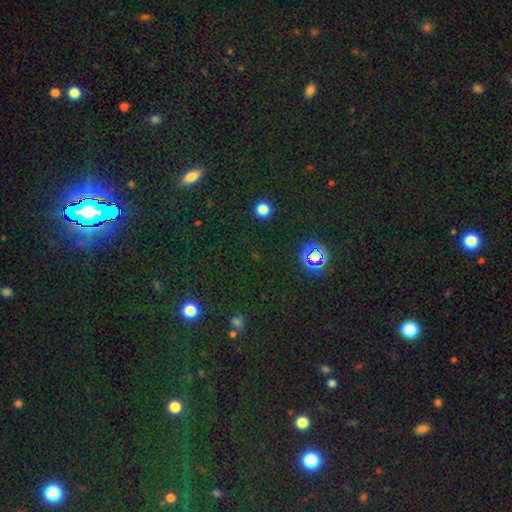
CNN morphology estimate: Smooth or featured?
  - star or artifact: 71% *
  - smooth: 22%
  - featured or disk: 7%